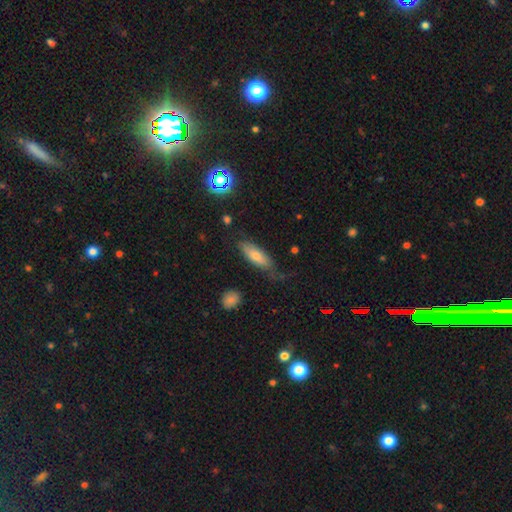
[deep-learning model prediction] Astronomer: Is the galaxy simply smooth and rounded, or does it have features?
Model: smooth — 67%.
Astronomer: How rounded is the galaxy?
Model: in between — 56% (runner-up: cigar-shaped, 41%).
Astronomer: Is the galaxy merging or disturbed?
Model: none — 58%.